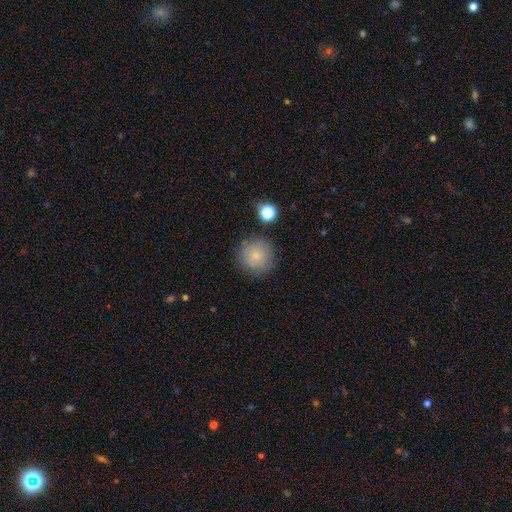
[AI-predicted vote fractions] smooth 76%, featured or disk 13%, star or artifact 10%. Down the decision tree: how rounded — round (95%); merging — none (82%).